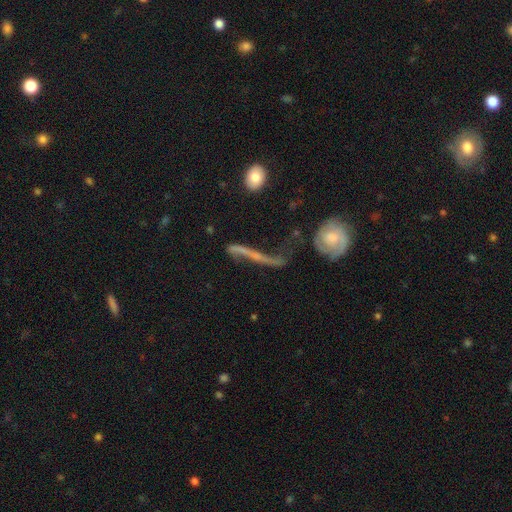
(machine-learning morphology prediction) smooth-or-featured: featured or disk: 67% | smooth: 21% | star or artifact: 12%
  disk-edge-on: no: 56% | yes: 44%
  merging: none: 44% | major disturbance: 25% | minor disturbance: 21% | merger: 10%